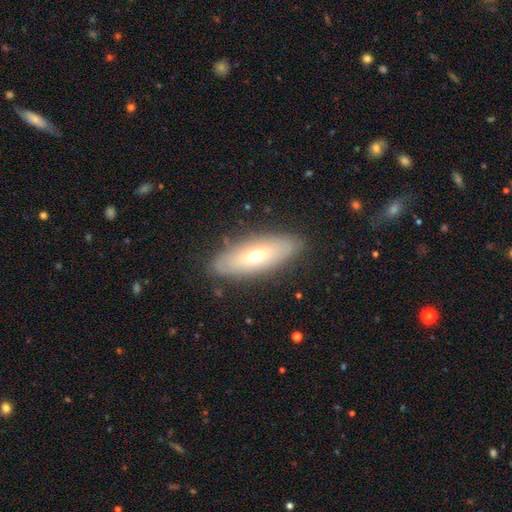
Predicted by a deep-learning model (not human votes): This appears to be a smooth galaxy with no disk features (55%) that is in between round and cigar-shaped (61%). Merging: none (86%).